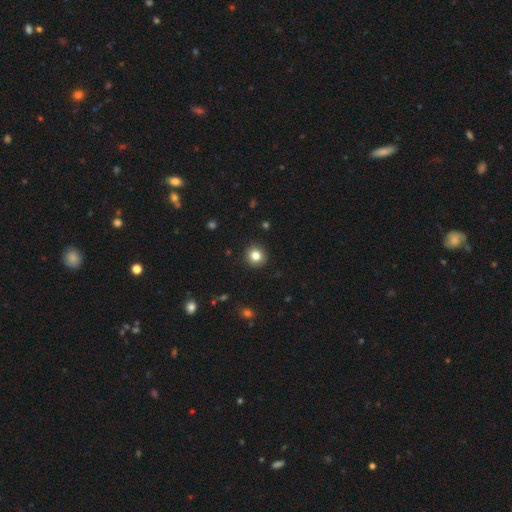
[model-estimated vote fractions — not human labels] Smooth or featured: smooth — 82% (star or artifact — 11%)
How rounded: round — 92% (in between — 7%)
Merging: none — 91% (minor disturbance — 6%)